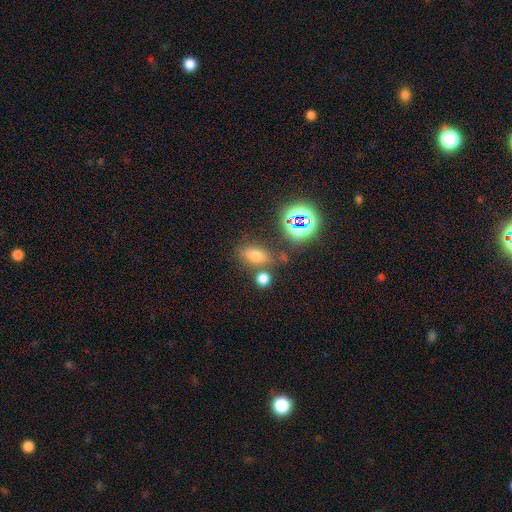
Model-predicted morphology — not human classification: Smooth or featured: smooth — 63% (star or artifact — 26%)
How rounded: in between — 76% (round — 18%)
Merging: none — 72% (minor disturbance — 12%)